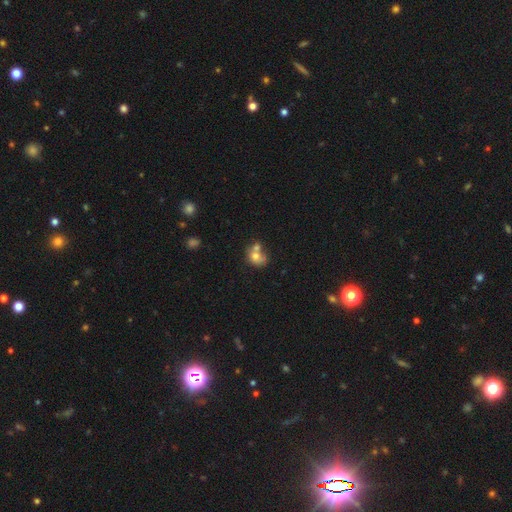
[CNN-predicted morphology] smooth-or-featured: smooth: 67% | featured or disk: 22% | star or artifact: 11%
  how-rounded: round: 51% | in between: 48% | cigar-shaped: 1%
  merging: merger: 54% | none: 26% | minor disturbance: 12% | major disturbance: 7%